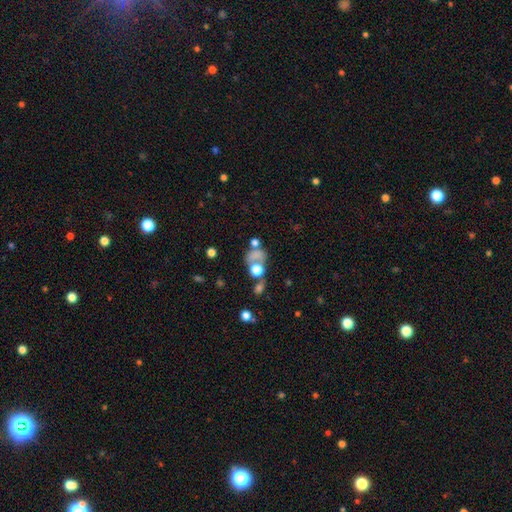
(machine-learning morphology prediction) smooth 62%, featured or disk 20%, star or artifact 19%. Down the decision tree: how rounded — round (57%); merging — merger (39%).